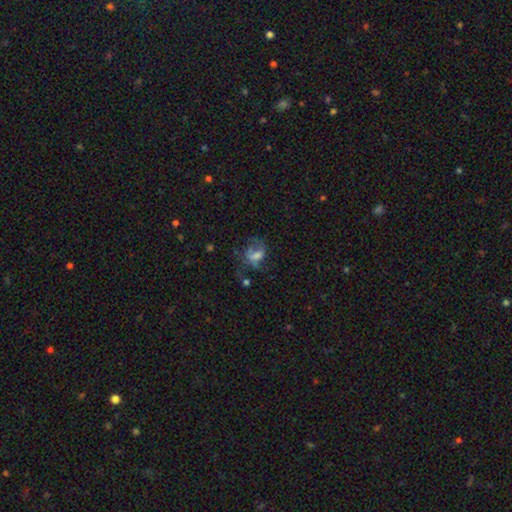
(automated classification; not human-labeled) The model was most divided on "smooth or featured": smooth: 43%, featured or disk: 41%, star or artifact: 15%. Remaining: merging — major disturbance (40%).